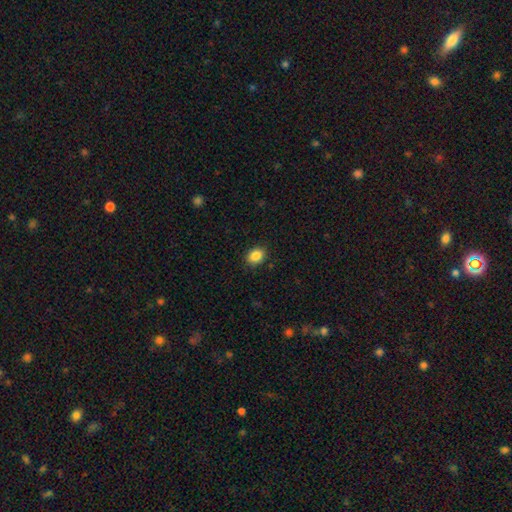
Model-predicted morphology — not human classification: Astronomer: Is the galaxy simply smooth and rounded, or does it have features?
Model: smooth — 86%.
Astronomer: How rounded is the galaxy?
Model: in between — 56% (runner-up: round, 43%).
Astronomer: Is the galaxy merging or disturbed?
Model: none — 89%.